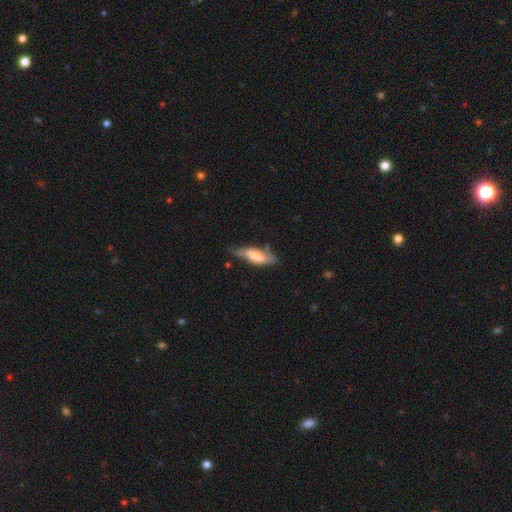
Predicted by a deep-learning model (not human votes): Smooth or featured: smooth — 59% (featured or disk — 35%)
How rounded: in between — 51% (cigar-shaped — 47%)
Merging: none — 58% (minor disturbance — 31%)